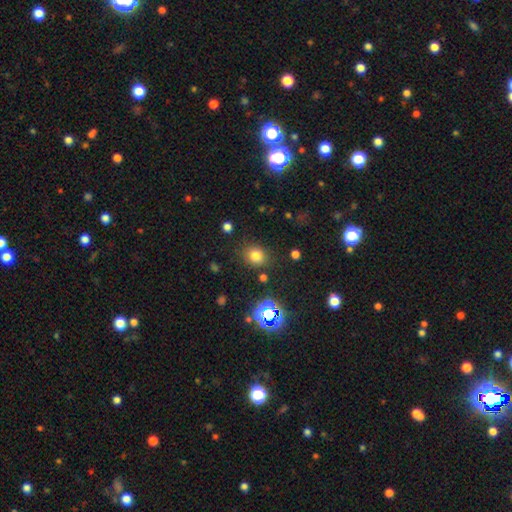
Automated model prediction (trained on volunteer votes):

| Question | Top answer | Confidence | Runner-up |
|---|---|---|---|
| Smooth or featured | smooth | 74% | star or artifact (19%) |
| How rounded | round | 77% | in between (22%) |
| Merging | none | 82% | minor disturbance (11%) |